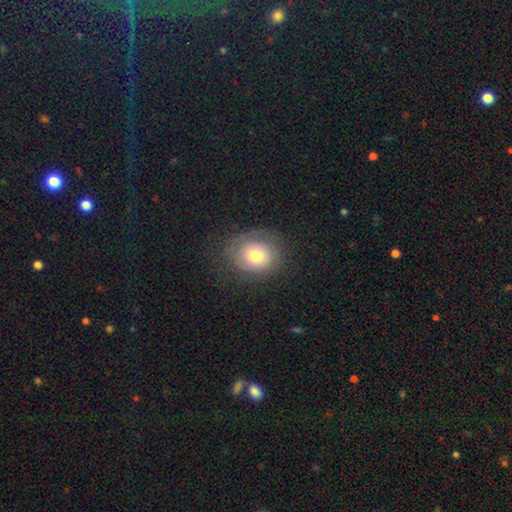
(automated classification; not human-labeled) Smooth or featured? smooth (66%)
How rounded? round (69%)
Merging? none (73%)